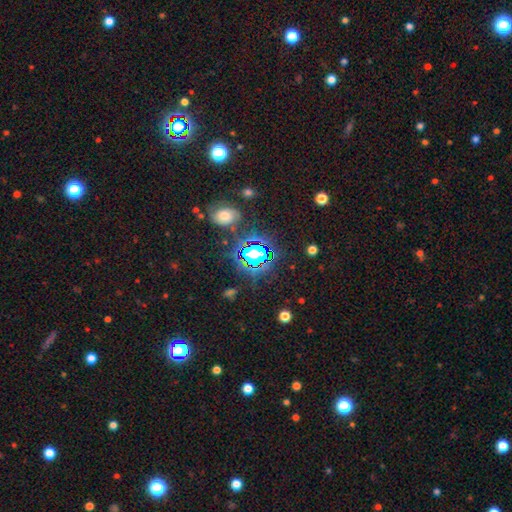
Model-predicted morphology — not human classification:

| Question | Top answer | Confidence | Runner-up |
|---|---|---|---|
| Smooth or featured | star or artifact | 75% | smooth (16%) |